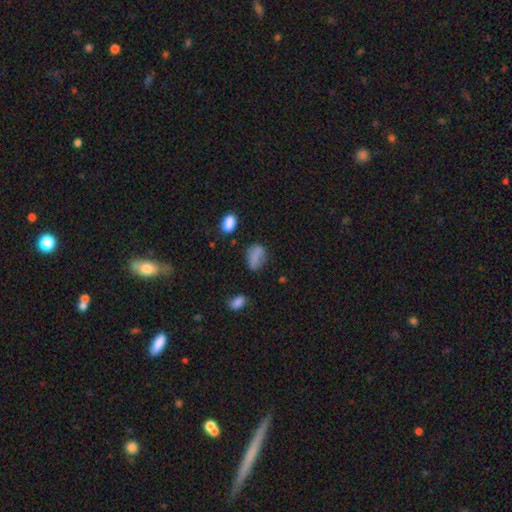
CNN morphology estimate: Smooth or featured? Predicted: smooth (p=0.77). How rounded? Predicted: in between (p=0.77). Merging? Predicted: none (p=0.56).